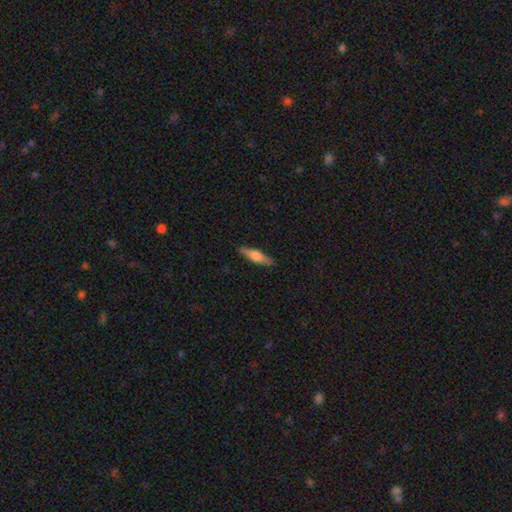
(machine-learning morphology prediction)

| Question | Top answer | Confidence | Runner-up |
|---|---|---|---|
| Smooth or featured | smooth | 51% | featured or disk (43%) |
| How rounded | cigar-shaped | 74% | in between (24%) |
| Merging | none | 88% | minor disturbance (9%) |